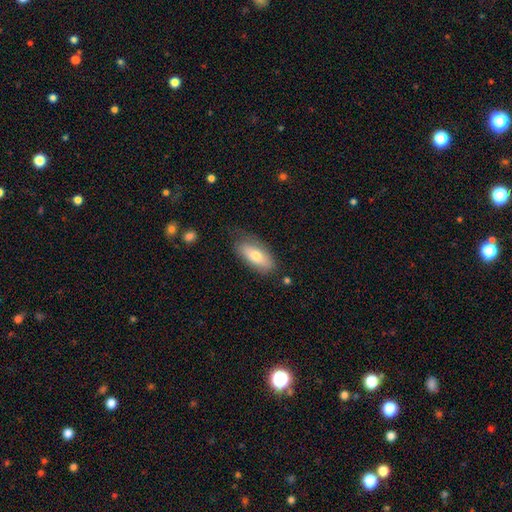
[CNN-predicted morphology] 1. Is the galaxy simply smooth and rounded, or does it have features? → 69% smooth, 25% featured or disk, 7% star or artifact.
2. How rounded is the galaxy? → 81% in between, 16% cigar-shaped, 2% round.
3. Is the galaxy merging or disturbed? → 69% none, 23% minor disturbance, 6% major disturbance, 2% merger.